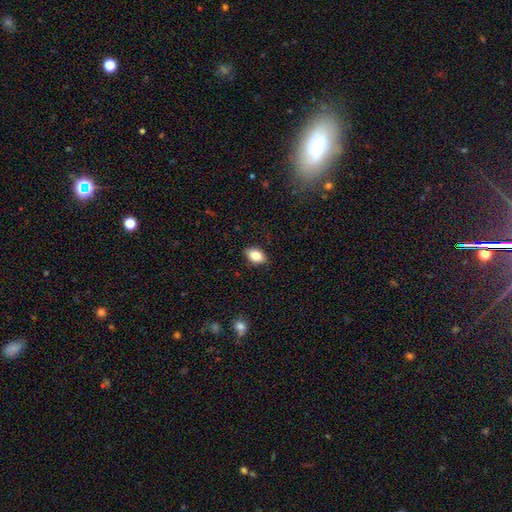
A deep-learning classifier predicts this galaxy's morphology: Smooth or featured? Predicted: smooth (p=0.80). How rounded? Predicted: in between (p=0.86). Merging? Predicted: none (p=0.87).